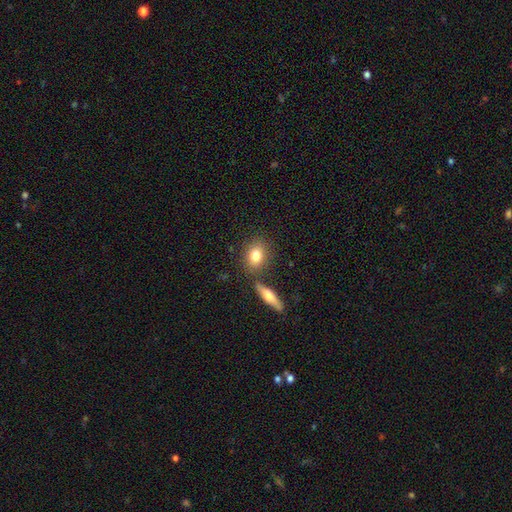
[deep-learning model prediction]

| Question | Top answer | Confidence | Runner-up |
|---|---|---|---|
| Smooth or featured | smooth | 78% | featured or disk (14%) |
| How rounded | in between | 63% | round (33%) |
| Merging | none | 73% | merger (13%) |